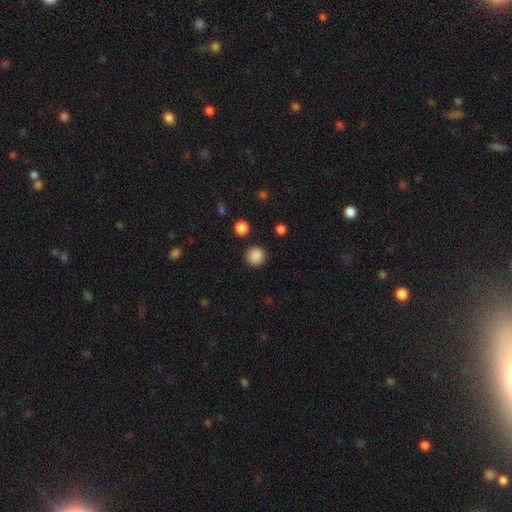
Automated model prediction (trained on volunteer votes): The model was most divided on "smooth or featured": smooth: 88%, star or artifact: 9%, featured or disk: 3%. More confident: how rounded — round (94%); merging — none (90%).